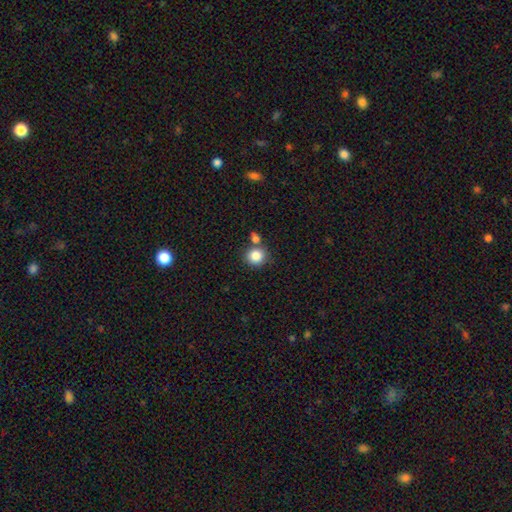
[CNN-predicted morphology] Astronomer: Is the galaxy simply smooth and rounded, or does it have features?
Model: smooth — 85%.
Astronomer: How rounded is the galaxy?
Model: round — 88%.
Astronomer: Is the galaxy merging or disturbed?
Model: none — 67%.